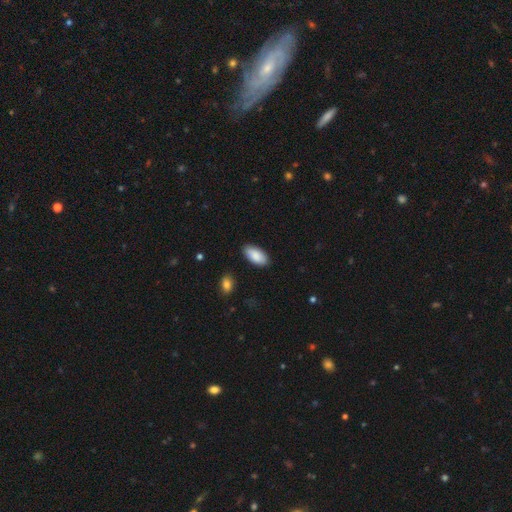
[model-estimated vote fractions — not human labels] smooth-or-featured: smooth: 89% | star or artifact: 6% | featured or disk: 5%
  how-rounded: in between: 94% | cigar-shaped: 4% | round: 2%
  merging: none: 88% | minor disturbance: 9% | major disturbance: 2% | merger: 1%